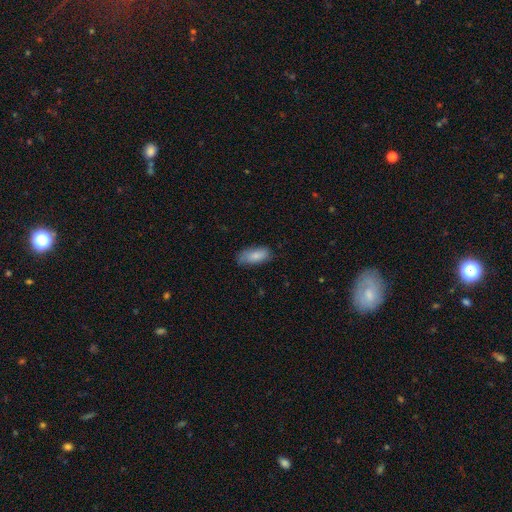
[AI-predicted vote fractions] Smooth or featured? smooth (82%)
How rounded? in between (85%)
Merging? none (67%)